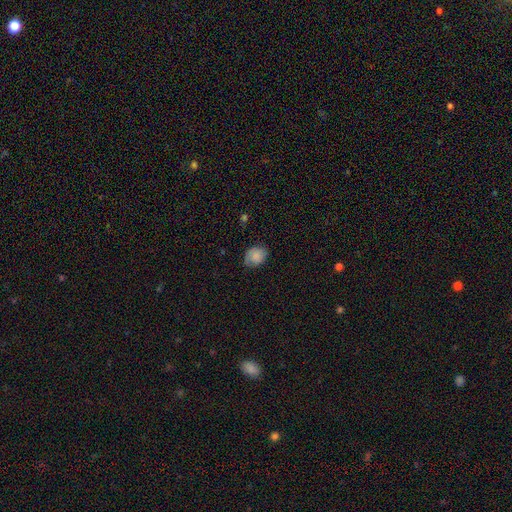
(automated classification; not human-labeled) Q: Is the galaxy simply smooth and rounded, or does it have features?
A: smooth — 75%.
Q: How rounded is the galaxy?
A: in between — 58%.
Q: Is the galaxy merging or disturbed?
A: none — 67%.